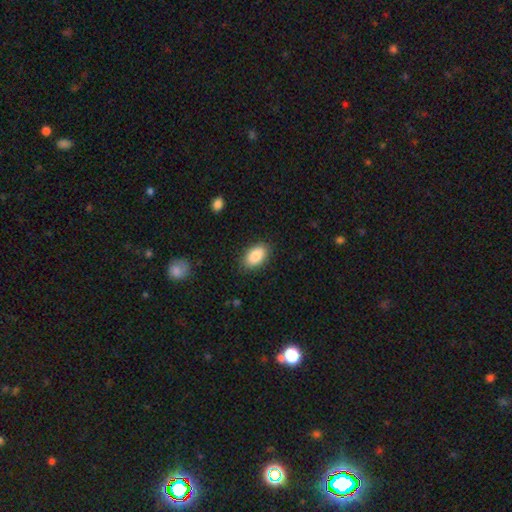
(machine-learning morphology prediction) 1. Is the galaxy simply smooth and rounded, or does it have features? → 88% smooth, 6% star or artifact, 6% featured or disk.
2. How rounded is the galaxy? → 93% in between, 5% round, 2% cigar-shaped.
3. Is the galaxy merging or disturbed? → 85% none, 11% minor disturbance, 3% major disturbance, 1% merger.